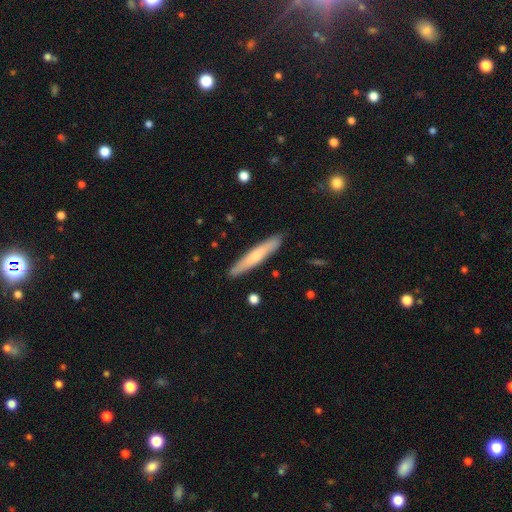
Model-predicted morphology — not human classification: Smooth or featured: smooth — 61% (featured or disk — 34%)
How rounded: cigar-shaped — 93% (in between — 6%)
Merging: none — 89% (minor disturbance — 8%)